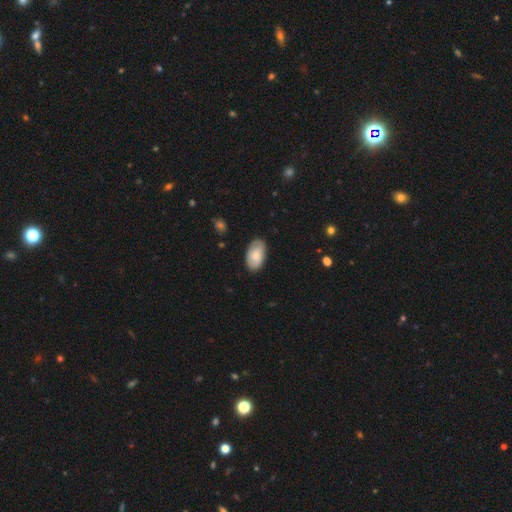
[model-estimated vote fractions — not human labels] Morphology: type=smooth (70%); roundness=in between (95%); merging=none (83%).